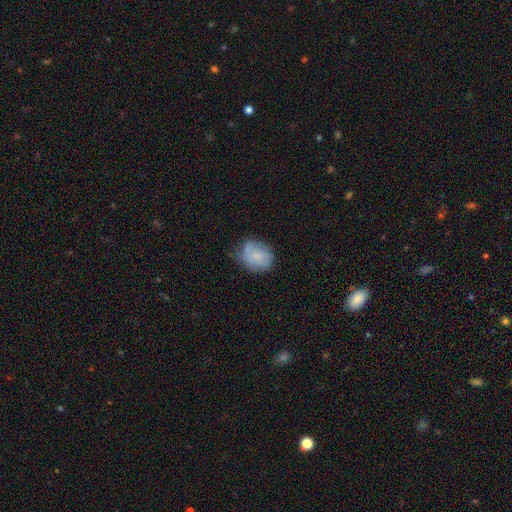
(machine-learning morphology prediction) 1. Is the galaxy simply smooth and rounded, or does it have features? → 70% smooth, 21% featured or disk, 8% star or artifact.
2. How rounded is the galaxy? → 51% round, 48% in between, 1% cigar-shaped.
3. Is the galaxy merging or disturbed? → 50% none, 35% minor disturbance, 11% major disturbance, 4% merger.